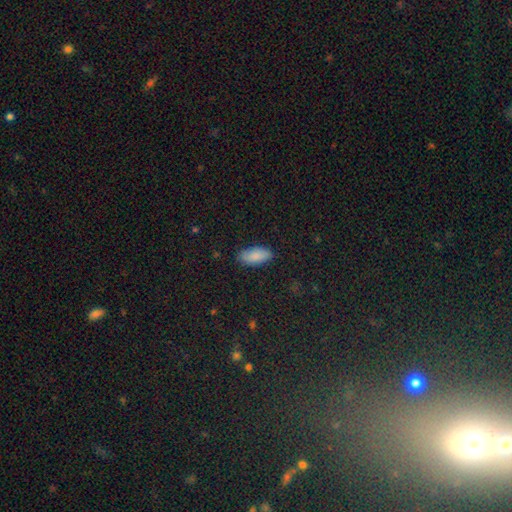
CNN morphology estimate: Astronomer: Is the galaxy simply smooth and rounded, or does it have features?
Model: smooth — 87%.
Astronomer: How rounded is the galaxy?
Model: in between — 88%.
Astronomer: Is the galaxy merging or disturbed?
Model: none — 83%.